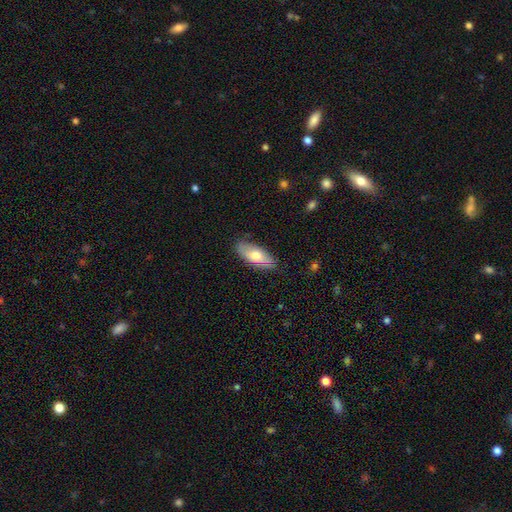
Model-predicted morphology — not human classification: Smooth or featured?
  - smooth: 67% *
  - featured or disk: 27%
  - star or artifact: 6%
How rounded?
  - in between: 84% *
  - cigar-shaped: 13%
  - round: 2%
Merging?
  - none: 80% *
  - minor disturbance: 16%
  - major disturbance: 3%
  - merger: 1%